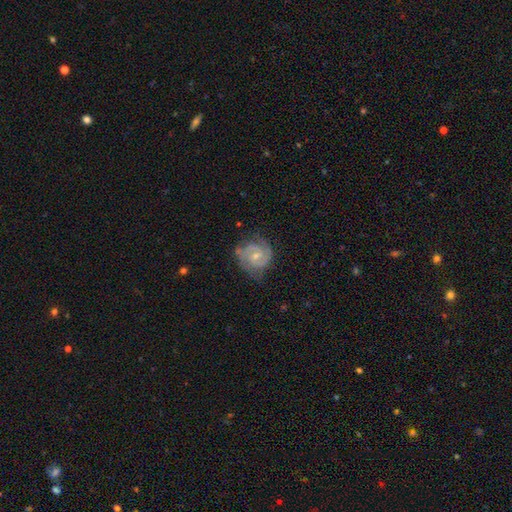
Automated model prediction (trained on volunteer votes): A featured or disk galaxy (85%) with no bar (51%), 2 (81%) tight (57%) spiral arms (97%) and a small central bulge (57%).

Vote fractions:
- Smooth or featured? featured or disk: 85% / smooth: 9% / star or artifact: 5%
- Edge-on disk? no: 98% / yes: 2%
- Bar? no: 51% / weak: 41% / strong: 8%
- Spiral arms? yes: 97% / no: 3%
- Spiral winding? tight: 57% / medium: 37% / loose: 6%
- Spiral arm count? 2: 81% / 3: 8% / can't tell: 6% / 1: 2% / 4: 2% / more than 4: 1%
- Bulge size? small: 57% / moderate: 38% / none: 3% / large: 1% / dominant: 1%
- Merging? none: 72% / minor disturbance: 20% / major disturbance: 6% / merger: 2%